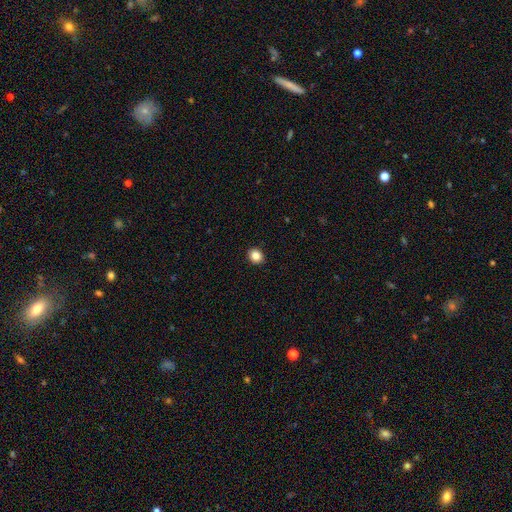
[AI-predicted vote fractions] Smooth or featured? Predicted: smooth (p=0.85). How rounded? Predicted: round (p=0.73). Merging? Predicted: none (p=0.92).